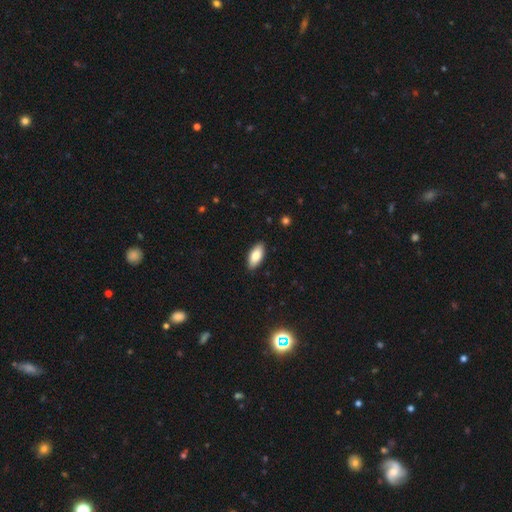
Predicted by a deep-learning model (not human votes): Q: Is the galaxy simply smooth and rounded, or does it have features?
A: smooth — 82%.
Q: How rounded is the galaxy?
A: in between — 87%.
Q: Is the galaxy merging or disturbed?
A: none — 89%.